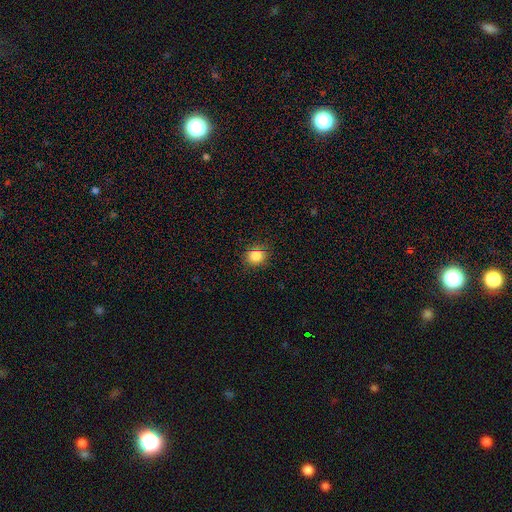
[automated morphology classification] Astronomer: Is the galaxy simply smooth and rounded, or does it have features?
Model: smooth — 81%.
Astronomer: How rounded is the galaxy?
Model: round — 81%.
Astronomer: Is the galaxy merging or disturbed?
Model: none — 88%.